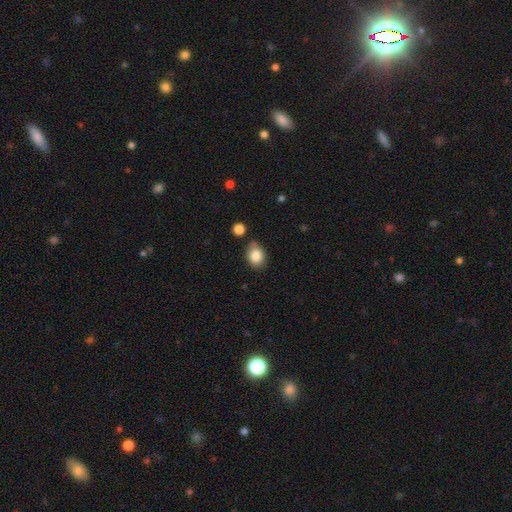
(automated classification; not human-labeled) Morphology: type=smooth (85%); roundness=in between (60%); merging=none (70%).